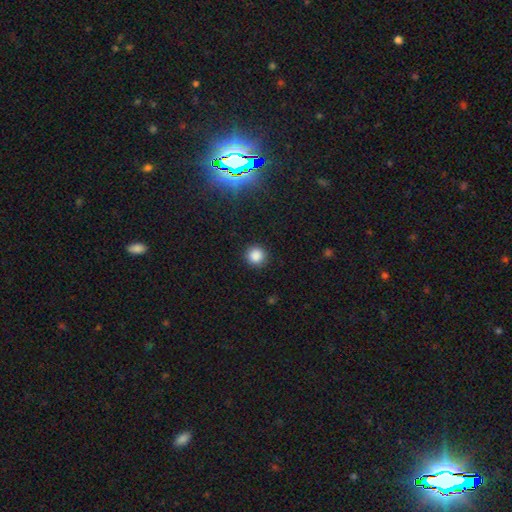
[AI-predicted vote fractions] Morphology: type=smooth (86%); roundness=round (94%); merging=none (90%).